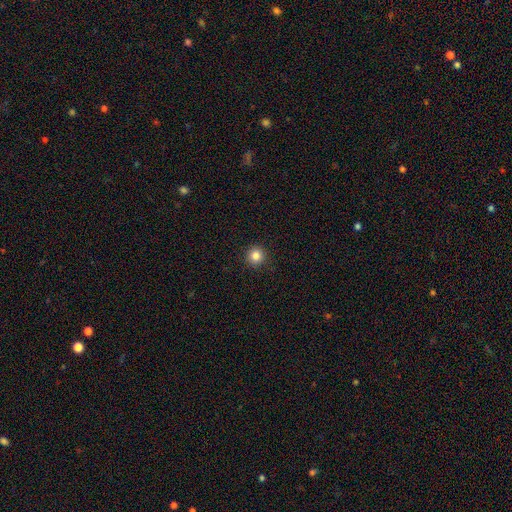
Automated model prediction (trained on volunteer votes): smooth 84%, star or artifact 11%, featured or disk 5%. Down the decision tree: how rounded — round (95%); merging — none (93%).